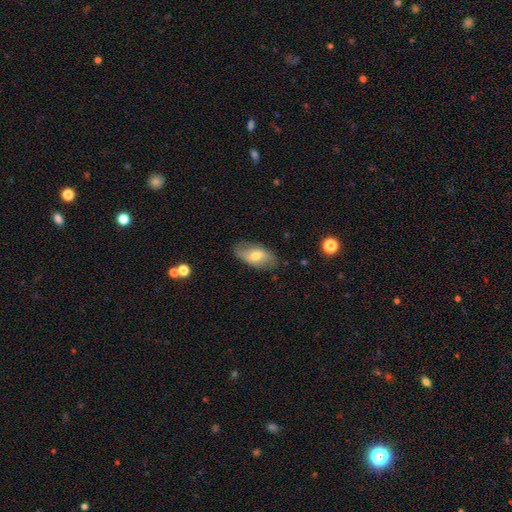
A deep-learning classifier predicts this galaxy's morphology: Overall: smooth (58%; featured or disk 35%). How rounded: in between (91%). Merging: none (78%).